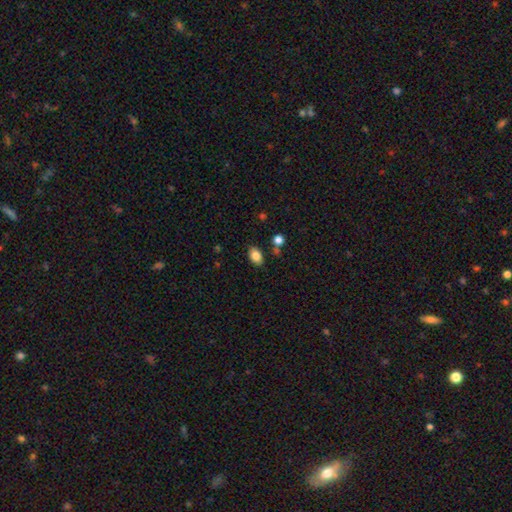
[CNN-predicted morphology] Smooth or featured: smooth — 84% (star or artifact — 9%)
How rounded: in between — 85% (round — 13%)
Merging: none — 81% (minor disturbance — 11%)